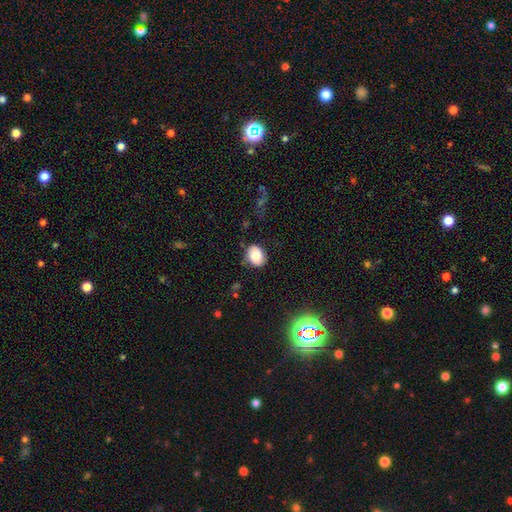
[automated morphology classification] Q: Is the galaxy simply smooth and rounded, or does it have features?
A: smooth — 70%.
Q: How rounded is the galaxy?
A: in between — 53%.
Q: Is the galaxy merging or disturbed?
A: none — 73%.